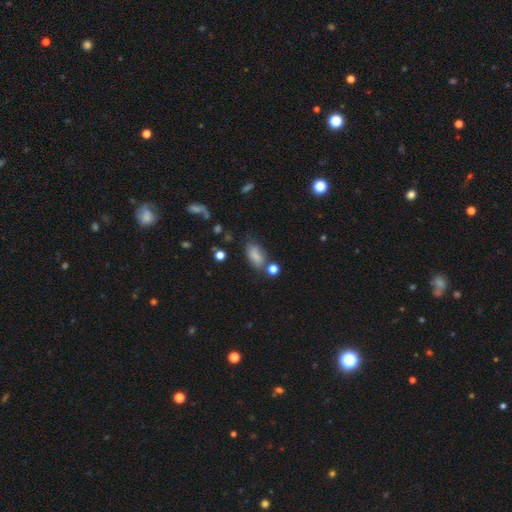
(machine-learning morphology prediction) Smooth or featured?
  - smooth: 75% *
  - featured or disk: 14%
  - star or artifact: 11%
How rounded?
  - in between: 87% *
  - round: 8%
  - cigar-shaped: 5%
Merging?
  - none: 55% *
  - minor disturbance: 25%
  - merger: 10%
  - major disturbance: 10%